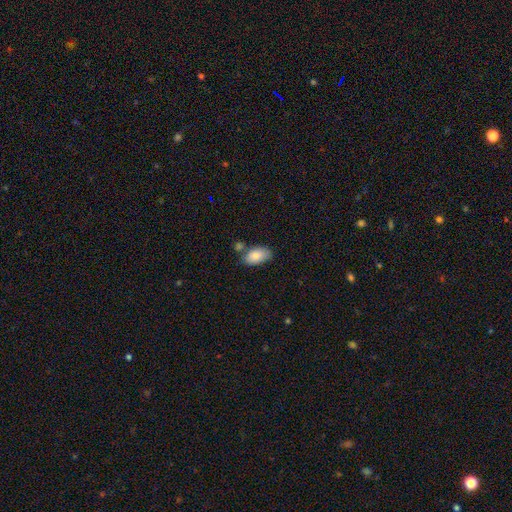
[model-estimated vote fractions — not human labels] Smooth or featured?
  - smooth: 84% *
  - featured or disk: 10%
  - star or artifact: 7%
How rounded?
  - in between: 94% *
  - round: 4%
  - cigar-shaped: 2%
Merging?
  - none: 60% *
  - minor disturbance: 20%
  - merger: 16%
  - major disturbance: 5%